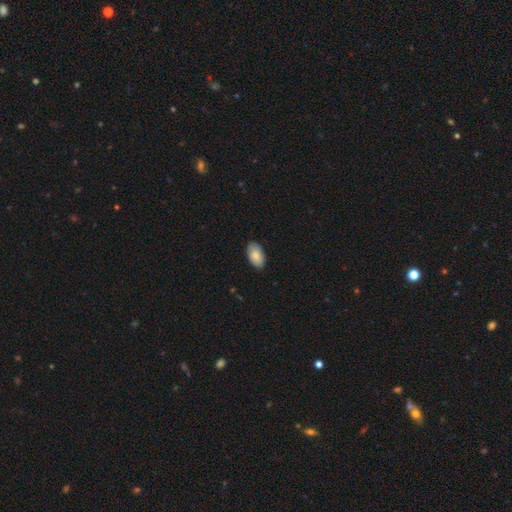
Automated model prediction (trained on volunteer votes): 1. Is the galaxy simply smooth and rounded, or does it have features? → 83% smooth, 11% featured or disk, 6% star or artifact.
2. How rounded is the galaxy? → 95% in between, 3% round, 2% cigar-shaped.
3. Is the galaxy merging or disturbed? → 85% none, 12% minor disturbance, 2% major disturbance, 1% merger.